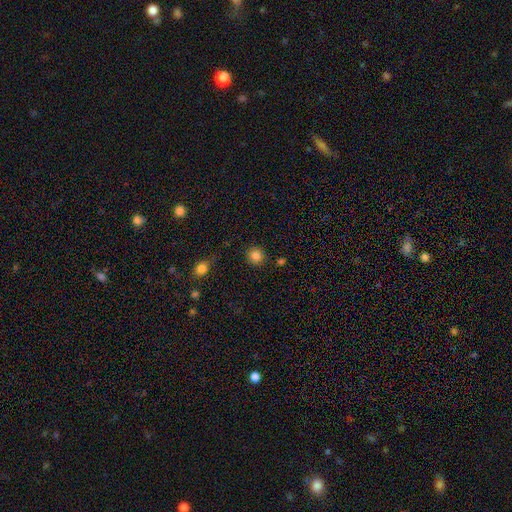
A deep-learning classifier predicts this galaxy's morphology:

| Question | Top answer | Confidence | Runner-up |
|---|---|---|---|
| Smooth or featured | smooth | 85% | star or artifact (11%) |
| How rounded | round | 91% | in between (9%) |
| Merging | none | 88% | minor disturbance (7%) |